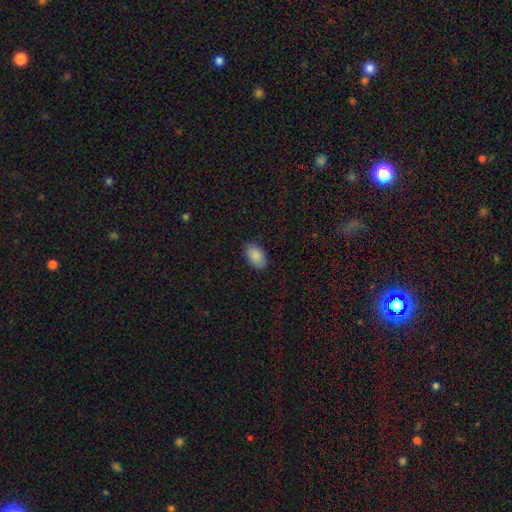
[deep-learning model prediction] This is clearly a smooth galaxy (89%). How rounded: clearly in between (93%). Merging: clearly none (88%).